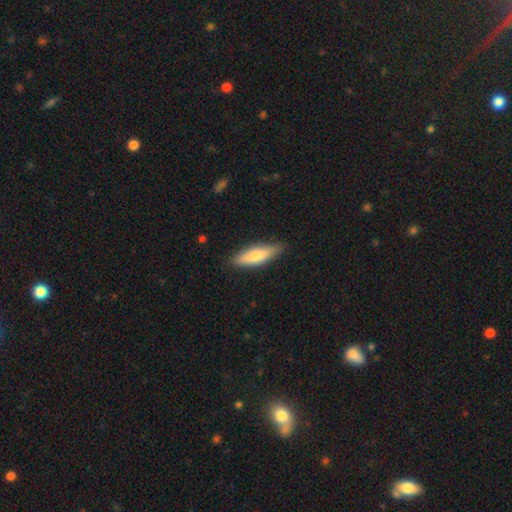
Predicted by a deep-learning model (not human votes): A smooth galaxy with no disk features (73%) that is cigar-shaped (62%).

Vote fractions:
- Smooth or featured? smooth: 73% / featured or disk: 22% / star or artifact: 5%
- How rounded? cigar-shaped: 62% / in between: 36% / round: 2%
- Merging? none: 83% / minor disturbance: 14% / major disturbance: 2% / merger: 1%